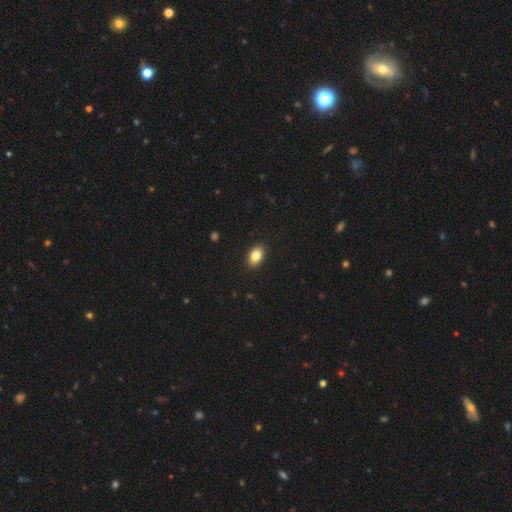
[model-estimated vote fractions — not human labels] Morphology: type=smooth (84%); roundness=in between (89%); merging=none (90%).